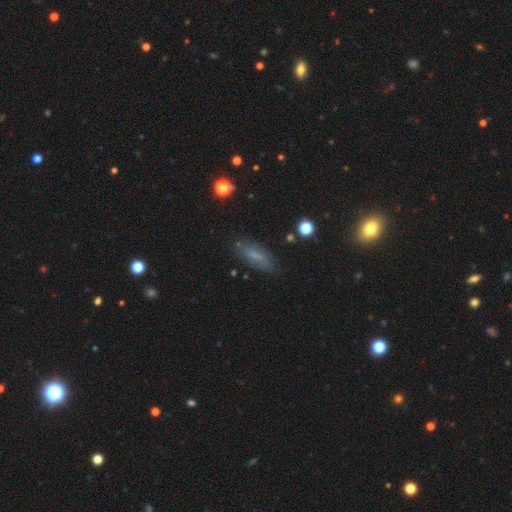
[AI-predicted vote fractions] This is likely a smooth galaxy (64%). How rounded: possibly in between (55%). Merging: likely none (79%).